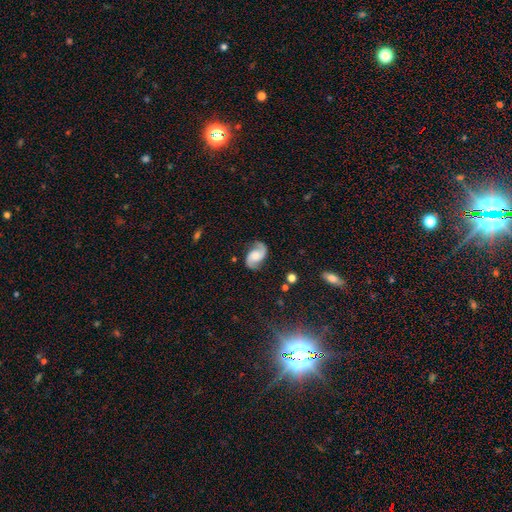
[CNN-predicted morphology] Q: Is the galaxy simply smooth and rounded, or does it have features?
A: featured or disk — 85%.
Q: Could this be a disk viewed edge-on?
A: no — 98%.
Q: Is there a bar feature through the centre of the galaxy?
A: no — 58%.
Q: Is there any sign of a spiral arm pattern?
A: yes — 97%.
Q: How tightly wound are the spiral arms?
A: medium — 47%.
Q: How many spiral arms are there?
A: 2 — 94%.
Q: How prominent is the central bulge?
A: moderate — 28%.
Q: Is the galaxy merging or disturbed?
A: none — 81%.